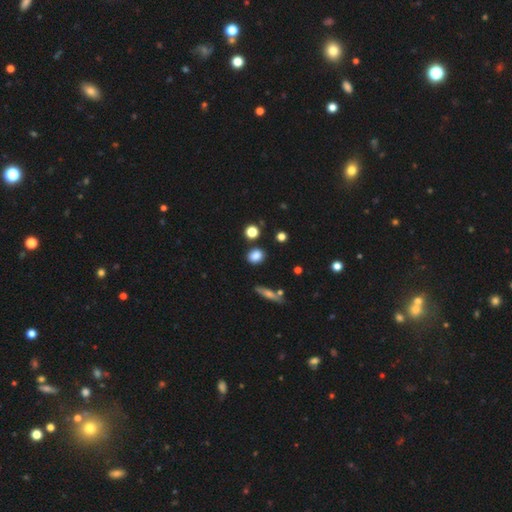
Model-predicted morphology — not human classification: This appears to be a smooth galaxy with no disk features (83%) that is round (64%). Merging: none (83%).